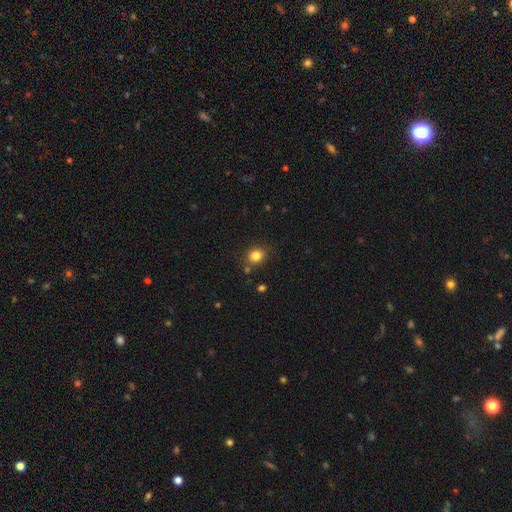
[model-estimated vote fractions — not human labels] The model was most divided on "how rounded": round: 72%, in between: 27%, cigar-shaped: 1%. More confident: smooth or featured — smooth (82%); merging — none (78%).